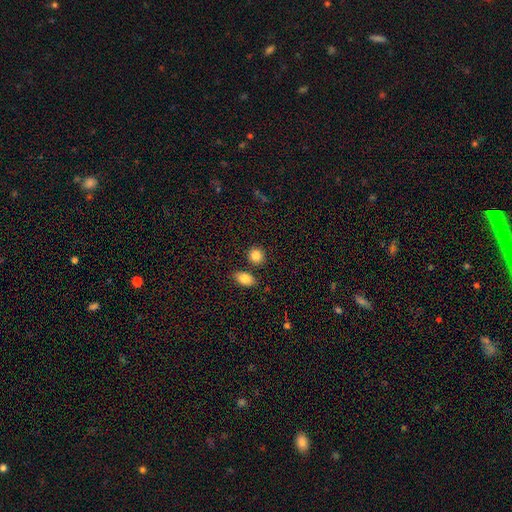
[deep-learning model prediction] This is clearly a smooth galaxy (86%). How rounded: likely round (77%). Merging: likely none (80%).